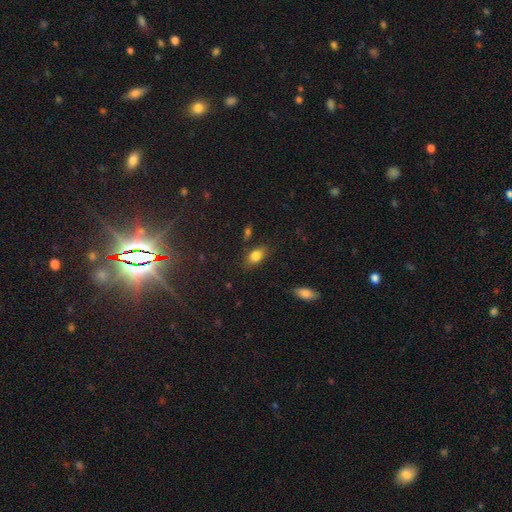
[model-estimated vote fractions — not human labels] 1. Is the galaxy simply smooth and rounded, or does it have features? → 82% smooth, 9% featured or disk, 9% star or artifact.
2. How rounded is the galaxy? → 86% in between, 11% round, 3% cigar-shaped.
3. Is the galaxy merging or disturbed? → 78% none, 15% minor disturbance, 3% major disturbance, 3% merger.